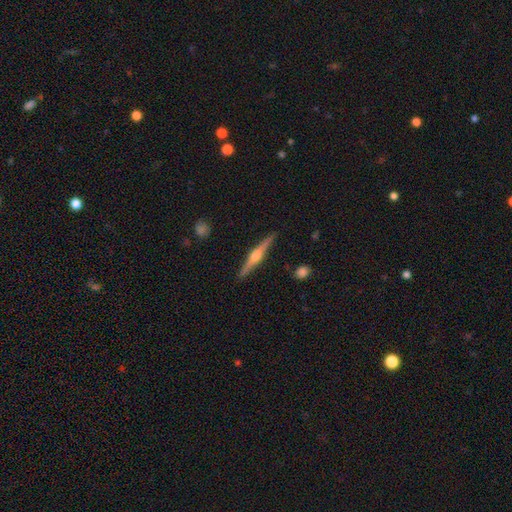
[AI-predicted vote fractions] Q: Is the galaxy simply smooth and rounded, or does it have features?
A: featured or disk — 78%.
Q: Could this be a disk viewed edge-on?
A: yes — 98%.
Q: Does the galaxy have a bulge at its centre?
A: rounded — 93%.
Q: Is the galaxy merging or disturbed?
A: none — 91%.